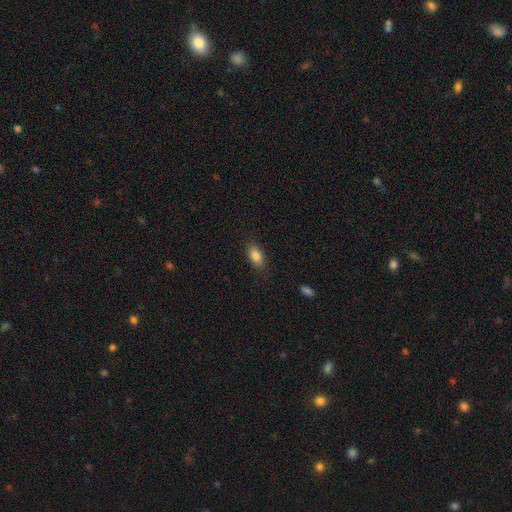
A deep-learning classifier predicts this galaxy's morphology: A smooth galaxy with no disk features (84%) that is in between round and cigar-shaped (87%).

Vote fractions:
- Smooth or featured? smooth: 84% / star or artifact: 8% / featured or disk: 8%
- How rounded? in between: 87% / cigar-shaped: 7% / round: 6%
- Merging? none: 85% / minor disturbance: 11% / major disturbance: 3% / merger: 1%